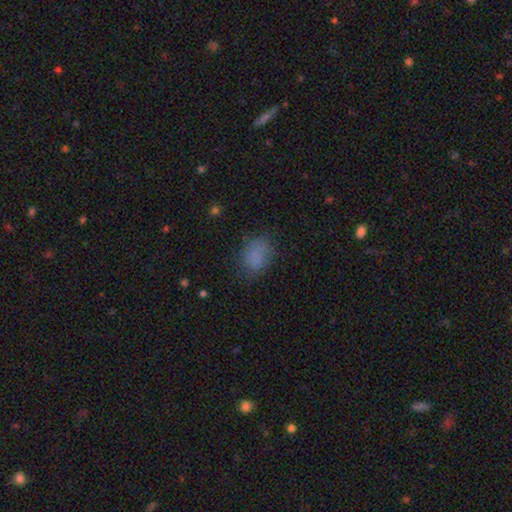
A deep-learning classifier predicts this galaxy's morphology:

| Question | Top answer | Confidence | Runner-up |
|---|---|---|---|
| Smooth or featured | smooth | 81% | star or artifact (13%) |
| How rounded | in between | 66% | round (32%) |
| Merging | none | 72% | minor disturbance (19%) |